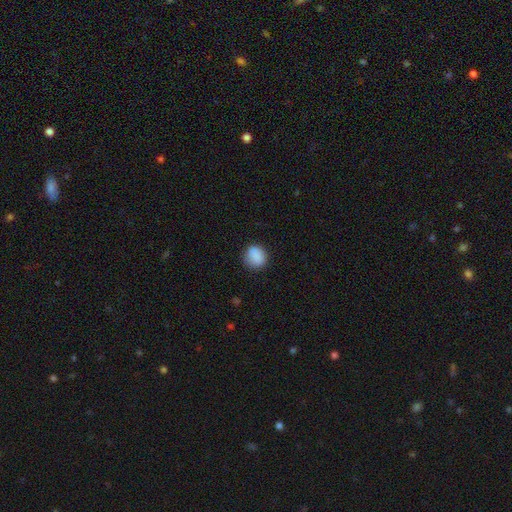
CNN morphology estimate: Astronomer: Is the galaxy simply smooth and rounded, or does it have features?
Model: smooth — 88%.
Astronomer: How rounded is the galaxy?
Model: round — 79%.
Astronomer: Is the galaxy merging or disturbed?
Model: none — 83%.